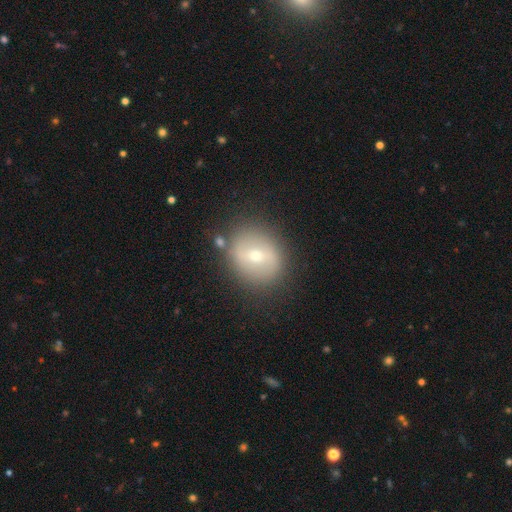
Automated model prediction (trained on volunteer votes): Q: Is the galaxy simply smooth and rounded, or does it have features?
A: featured or disk — 46%.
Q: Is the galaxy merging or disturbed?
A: none — 81%.